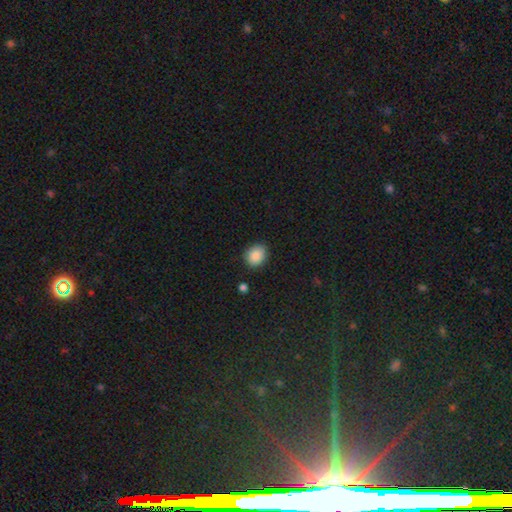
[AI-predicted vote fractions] A smooth galaxy with no disk features (88%) that is round (64%). Merging: none (85%).